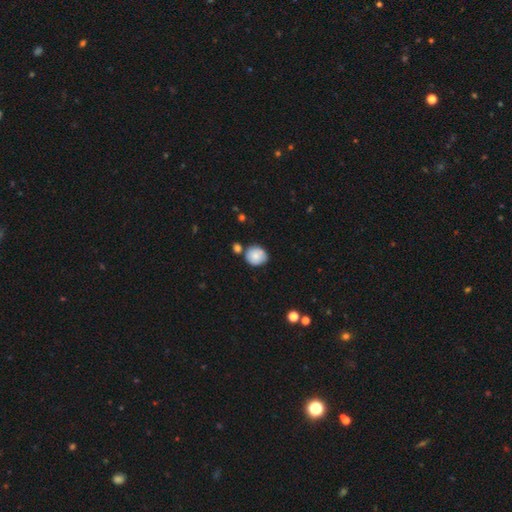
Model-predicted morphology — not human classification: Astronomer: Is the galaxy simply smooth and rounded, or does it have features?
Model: smooth — 80%.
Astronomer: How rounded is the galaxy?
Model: round — 77%.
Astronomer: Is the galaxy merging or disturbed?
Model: none — 69%.